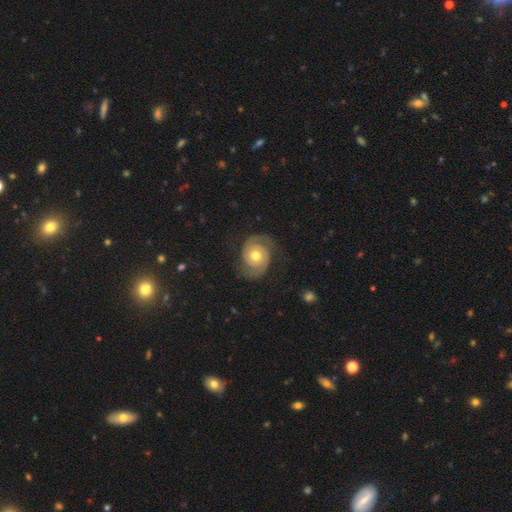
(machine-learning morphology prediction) Overall: featured or disk (85%). Edge-on disk: no (98%). Bar: no (79%). Spiral arms: yes (96%). Spiral arm count: 2 (92%). Spiral winding: tight (44%; medium 41%). Bulge size: moderate (74%). Merging: none (77%).